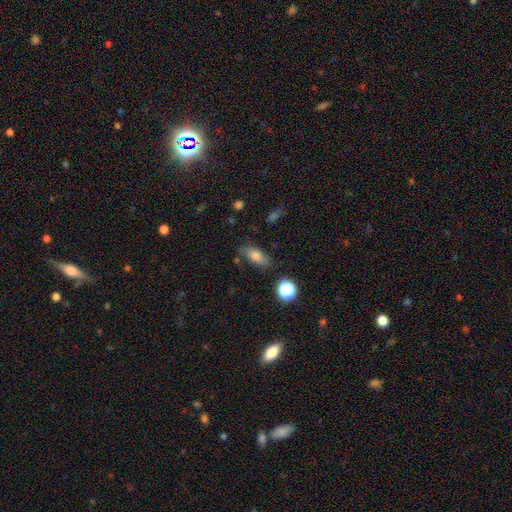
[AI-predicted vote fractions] smooth 71%, featured or disk 17%, star or artifact 13%. Down the decision tree: how rounded — in between (76%); merging — none (73%).